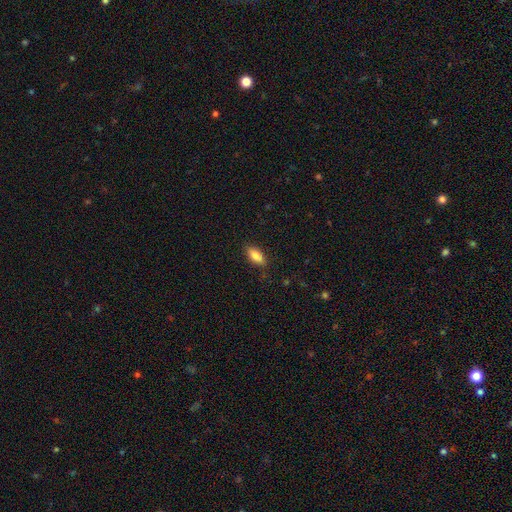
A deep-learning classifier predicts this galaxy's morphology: This is clearly a smooth galaxy (82%). How rounded: clearly in between (84%). Merging: clearly none (83%).